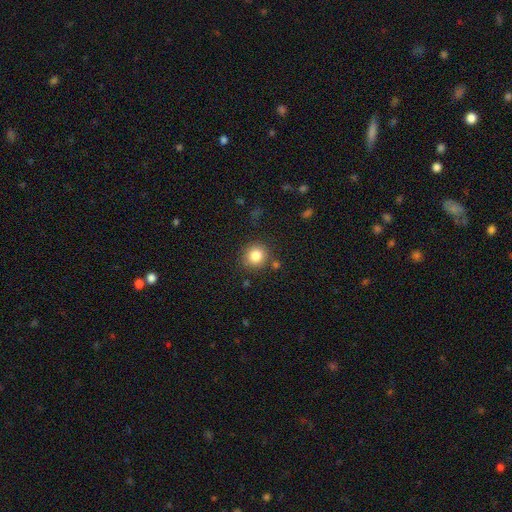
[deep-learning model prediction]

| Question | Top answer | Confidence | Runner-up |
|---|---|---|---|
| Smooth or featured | smooth | 83% | star or artifact (11%) |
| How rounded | round | 89% | in between (10%) |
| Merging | none | 85% | minor disturbance (9%) |